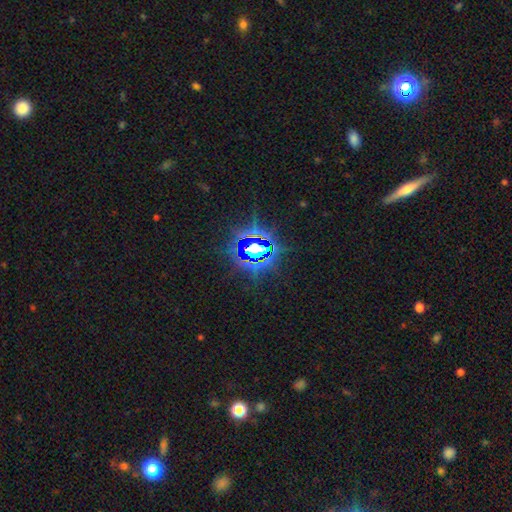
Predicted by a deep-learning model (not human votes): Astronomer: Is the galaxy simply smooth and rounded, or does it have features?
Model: star or artifact — 80%.